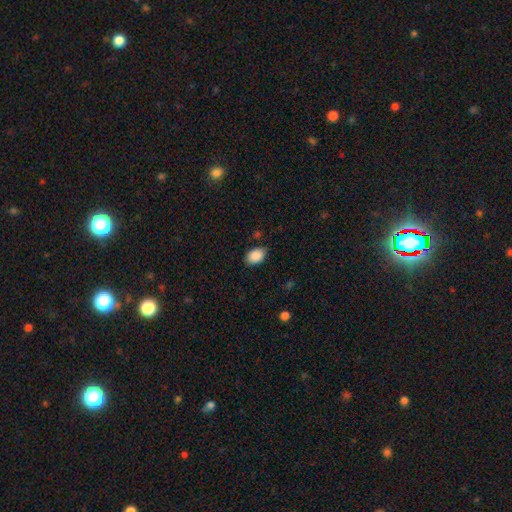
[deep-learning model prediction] smooth 90%, star or artifact 7%, featured or disk 3%. Down the decision tree: how rounded — in between (83%); merging — none (83%).